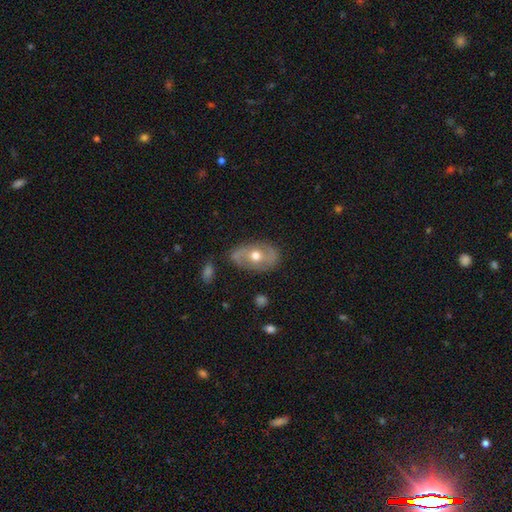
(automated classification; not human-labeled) featured or disk 60%, smooth 34%, star or artifact 7%. Down the decision tree: edge-on disk — no (92%); bar — no (68%); spiral arms — yes (56%); bulge size — moderate (79%); merging — none (75%).